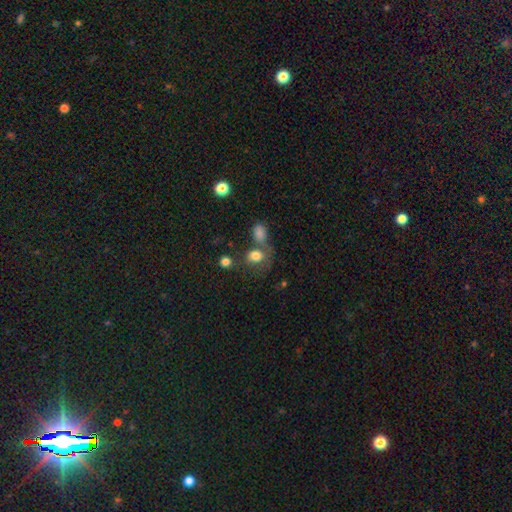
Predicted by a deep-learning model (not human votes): Overall: smooth (79%). How rounded: in between (49%, tied with round). Merging: none (50%; merger 26%).